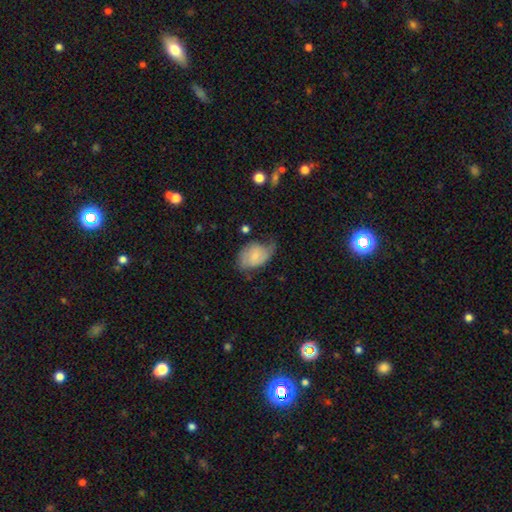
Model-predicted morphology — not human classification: featured or disk 53%, smooth 40%, star or artifact 7%. Down the decision tree: edge-on disk — no (96%); bar — no (54%); spiral arms — yes (84%); bulge size — small (61%); merging — none (46%).